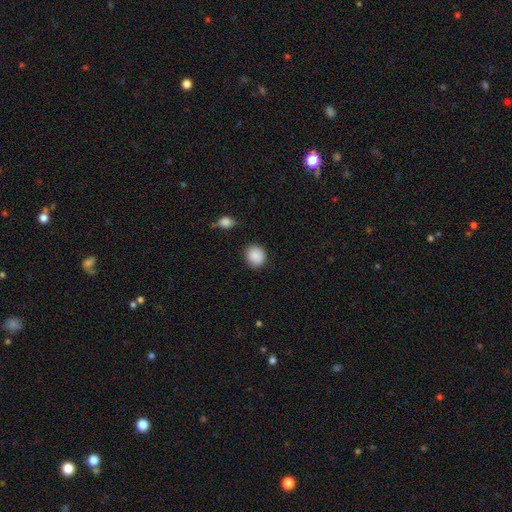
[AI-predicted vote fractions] Smooth or featured? smooth (88%)
How rounded? round (73%)
Merging? none (84%)